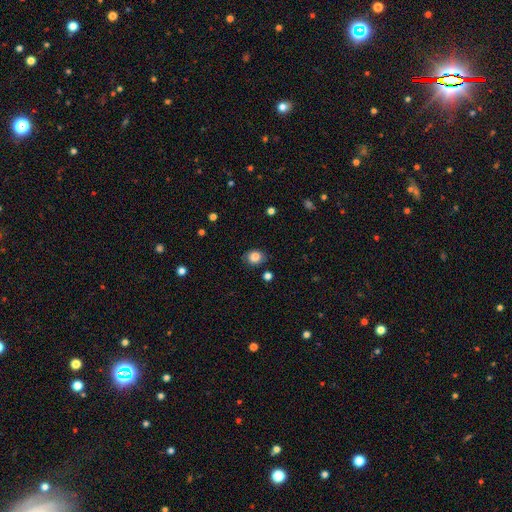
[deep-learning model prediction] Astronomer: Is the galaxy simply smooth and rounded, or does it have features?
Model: smooth — 83%.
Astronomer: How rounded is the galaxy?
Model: round — 63%.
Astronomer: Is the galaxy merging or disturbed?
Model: none — 79%.